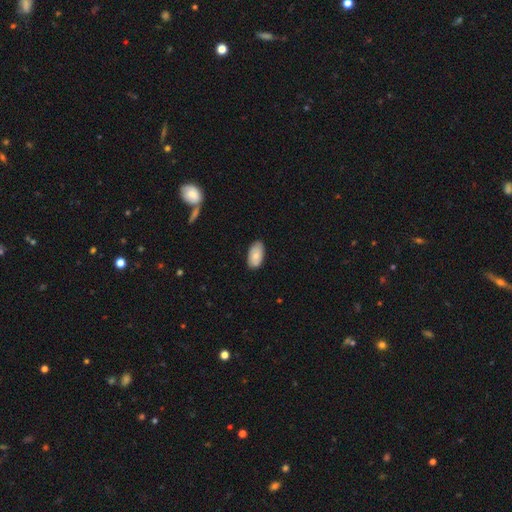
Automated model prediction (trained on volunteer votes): smooth-or-featured: smooth: 79% | featured or disk: 15% | star or artifact: 6%
  how-rounded: in between: 95% | round: 3% | cigar-shaped: 2%
  merging: none: 82% | minor disturbance: 15% | major disturbance: 2% | merger: 1%